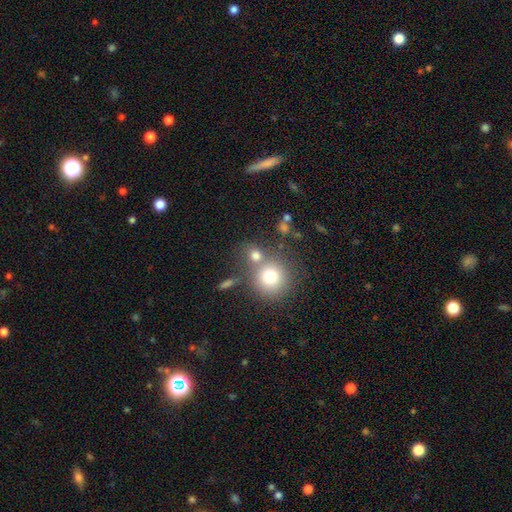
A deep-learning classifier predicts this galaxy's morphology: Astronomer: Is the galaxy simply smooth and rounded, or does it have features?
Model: smooth — 75%.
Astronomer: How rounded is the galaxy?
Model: round — 81%.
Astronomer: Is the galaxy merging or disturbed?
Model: none — 53% (runner-up: merger, 34%).